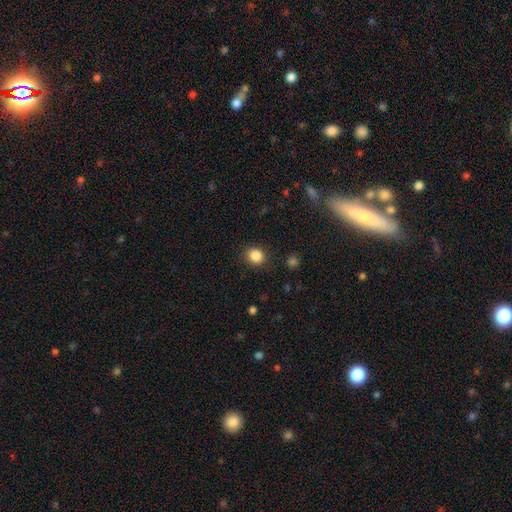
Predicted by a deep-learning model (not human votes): The model was most divided on "how rounded": round: 76%, in between: 23%, cigar-shaped: 1%. More confident: merging — none (88%); smooth or featured — smooth (86%).